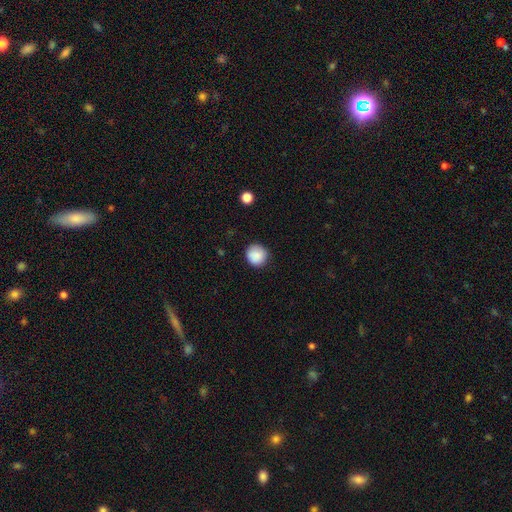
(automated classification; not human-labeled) A smooth galaxy with no disk features (88%) that is round (93%).

Vote fractions:
- Smooth or featured? smooth: 88% / star or artifact: 8% / featured or disk: 3%
- How rounded? round: 93% / in between: 6% / cigar-shaped: 1%
- Merging? none: 87% / minor disturbance: 9% / major disturbance: 2% / merger: 1%